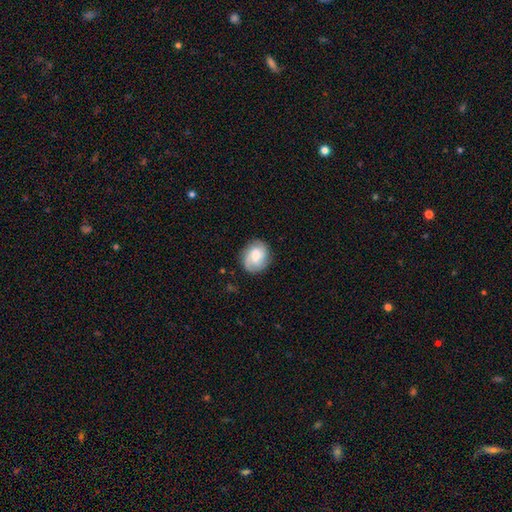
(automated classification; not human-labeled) This appears to be a featured or disk galaxy (50%). Merging: none (78%).